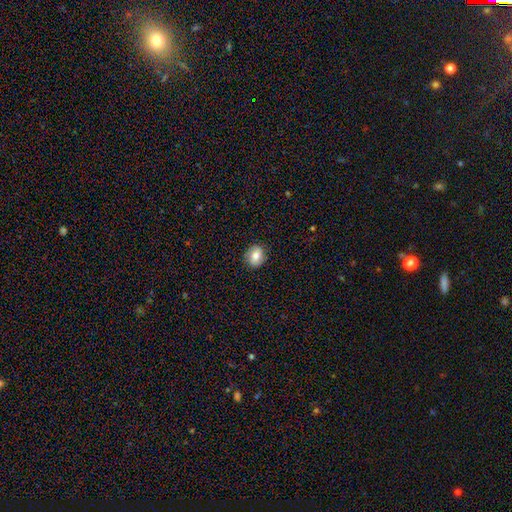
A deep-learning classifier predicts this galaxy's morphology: Smooth or featured? smooth (71%)
How rounded? round (59%)
Merging? none (84%)